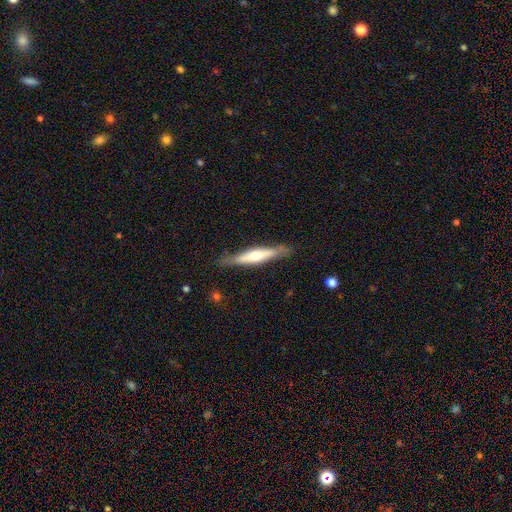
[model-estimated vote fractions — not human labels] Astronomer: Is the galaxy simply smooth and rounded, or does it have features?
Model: featured or disk — 56% (runner-up: smooth, 39%).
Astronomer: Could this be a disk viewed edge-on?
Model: yes — 91%.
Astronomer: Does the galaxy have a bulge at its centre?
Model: rounded — 74%.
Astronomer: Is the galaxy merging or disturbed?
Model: none — 81%.